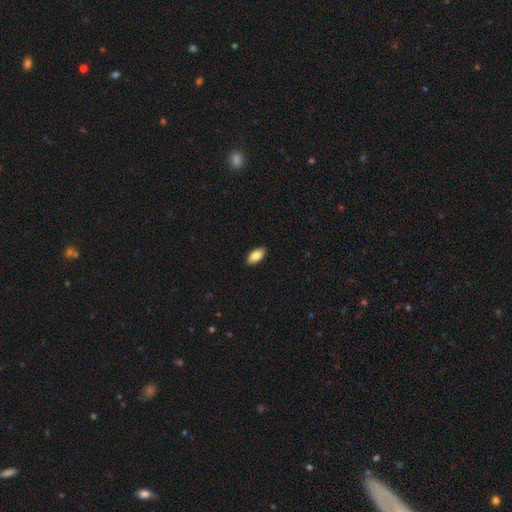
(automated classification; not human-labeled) Overall: smooth (83%). How rounded: in between (91%). Merging: none (90%).